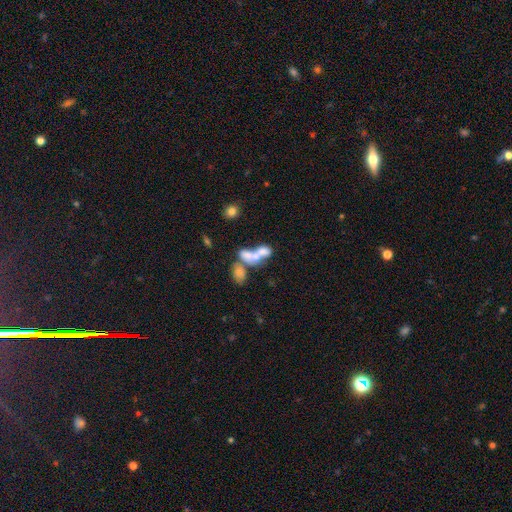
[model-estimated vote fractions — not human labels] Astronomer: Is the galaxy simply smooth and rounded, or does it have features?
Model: smooth — 53% (runner-up: featured or disk, 35%).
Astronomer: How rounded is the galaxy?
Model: in between — 74%.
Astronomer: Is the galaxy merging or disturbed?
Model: merger — 70%.